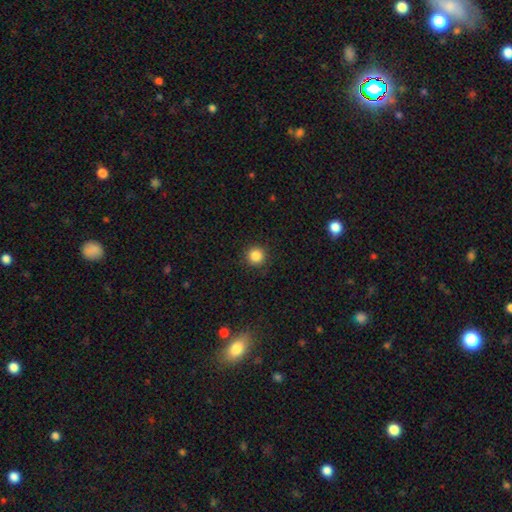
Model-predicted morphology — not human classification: smooth-or-featured: smooth: 85% | star or artifact: 11% | featured or disk: 4%
  how-rounded: round: 95% | in between: 4% | cigar-shaped: 1%
  merging: none: 91% | minor disturbance: 6% | major disturbance: 2% | merger: 1%